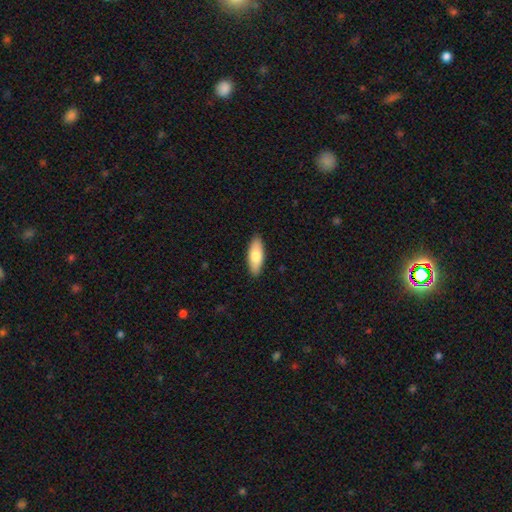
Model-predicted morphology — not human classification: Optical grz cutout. It shows a smooth galaxy with no disk features (76%) that is in between round and cigar-shaped (73%). Merging: none (90%).